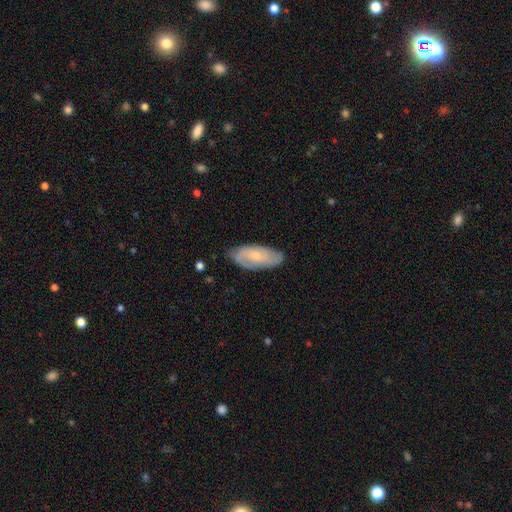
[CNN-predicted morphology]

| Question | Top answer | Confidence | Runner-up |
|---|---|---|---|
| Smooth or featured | featured or disk | 52% | smooth (42%) |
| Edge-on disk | no | 91% | yes (9%) |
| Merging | none | 77% | minor disturbance (18%) |